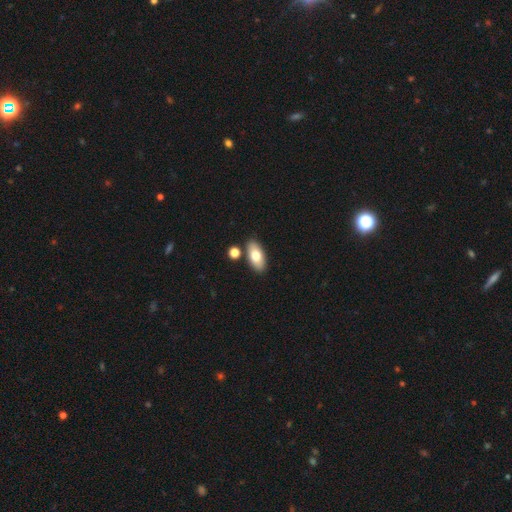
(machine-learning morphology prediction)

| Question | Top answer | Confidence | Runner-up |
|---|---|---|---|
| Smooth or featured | smooth | 75% | featured or disk (18%) |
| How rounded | in between | 90% | cigar-shaped (6%) |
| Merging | none | 82% | minor disturbance (9%) |